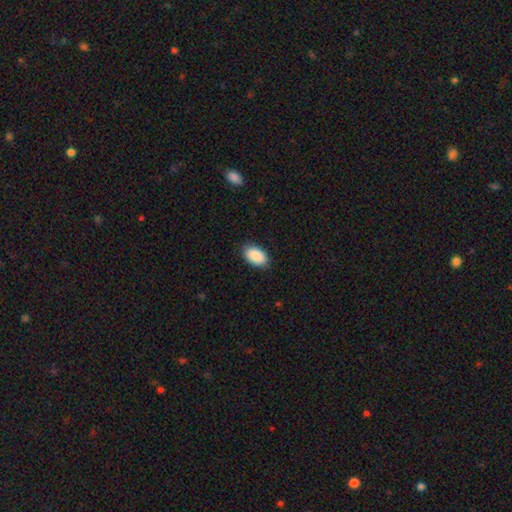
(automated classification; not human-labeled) Smooth or featured: smooth — 91% (star or artifact — 6%)
How rounded: in between — 94% (round — 5%)
Merging: none — 87% (minor disturbance — 10%)